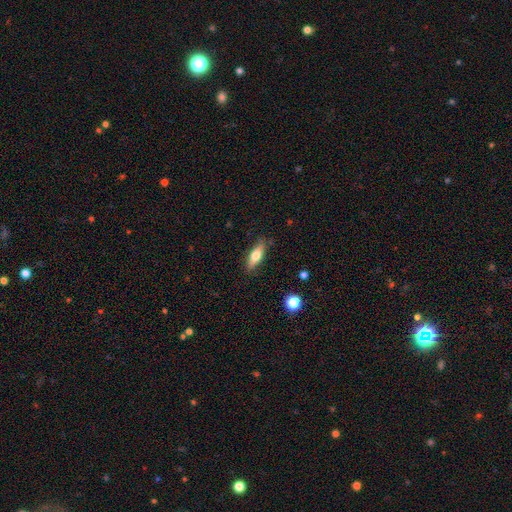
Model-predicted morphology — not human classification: This appears to be a smooth galaxy with no disk features (66%) that is in between round and cigar-shaped (54%). Merging: none (84%).